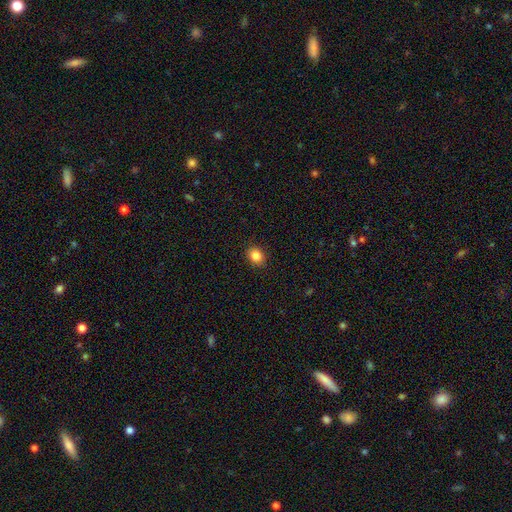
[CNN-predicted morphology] A smooth galaxy with no disk features (86%) that is round (57%). Merging: none (90%).